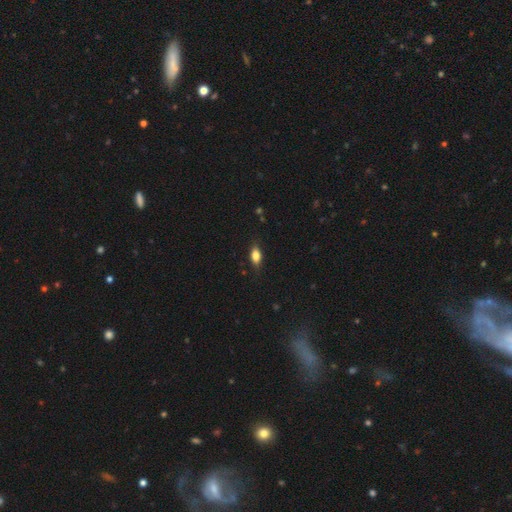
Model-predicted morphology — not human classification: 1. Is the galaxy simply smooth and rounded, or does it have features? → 77% smooth, 14% featured or disk, 8% star or artifact.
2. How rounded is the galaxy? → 82% in between, 12% cigar-shaped, 7% round.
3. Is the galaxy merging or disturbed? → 80% none, 15% minor disturbance, 3% major disturbance, 1% merger.